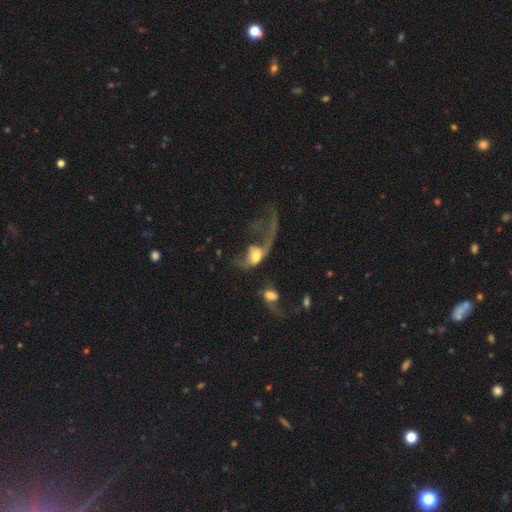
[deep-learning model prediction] Smooth or featured? featured or disk (54%)
Edge-on disk? no (93%)
Bar? no (68%)
Spiral arms? yes (55%)
Bulge size? moderate (40%)
Merging? major disturbance (48%)